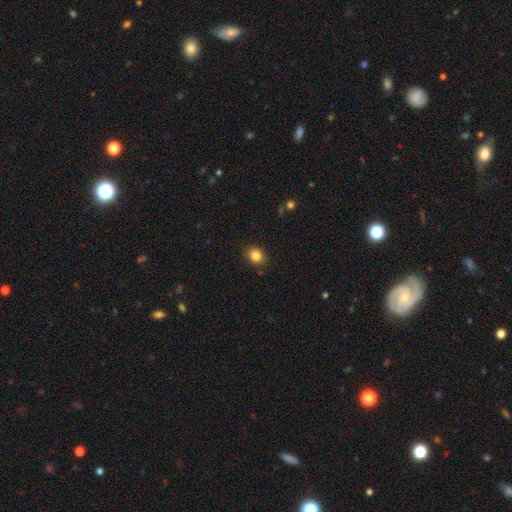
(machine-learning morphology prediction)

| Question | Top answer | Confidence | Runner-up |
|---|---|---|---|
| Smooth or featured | smooth | 85% | star or artifact (10%) |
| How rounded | round | 62% | in between (38%) |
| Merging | none | 88% | minor disturbance (8%) |